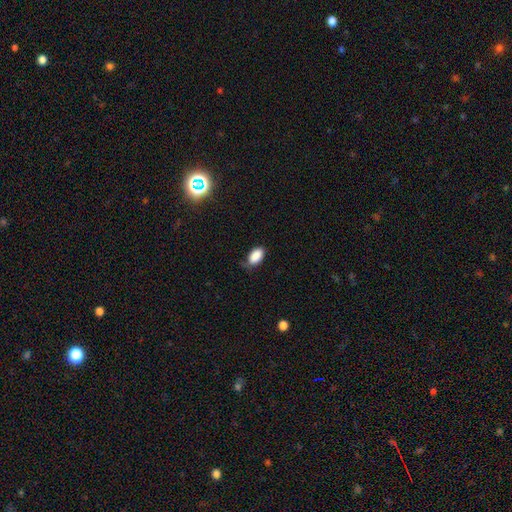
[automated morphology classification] The model was most divided on "merging": none: 64%, minor disturbance: 28%, major disturbance: 6%, merger: 2%. More confident: how rounded — in between (93%); smooth or featured — smooth (87%).